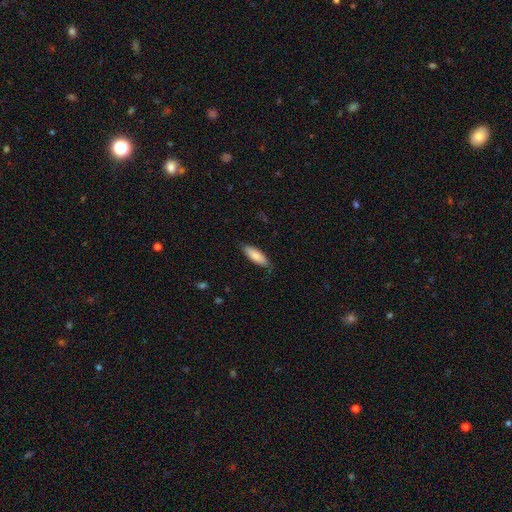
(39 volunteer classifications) smooth-or-featured: smooth: 74% | featured or disk: 18% | star or artifact: 8%
  how-rounded: in between: 69% | cigar-shaped: 31% | round: 0%
  merging: none: 92% | minor disturbance: 8% | major disturbance: 0% | merger: 0%